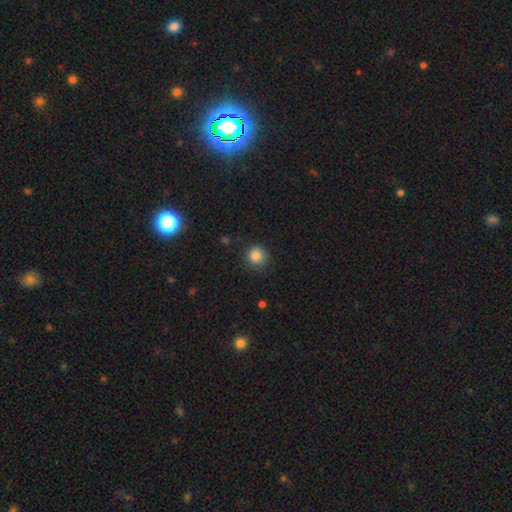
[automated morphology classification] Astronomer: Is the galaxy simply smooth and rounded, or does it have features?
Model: smooth — 85%.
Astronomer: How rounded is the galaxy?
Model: round — 92%.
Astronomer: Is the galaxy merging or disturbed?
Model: none — 86%.